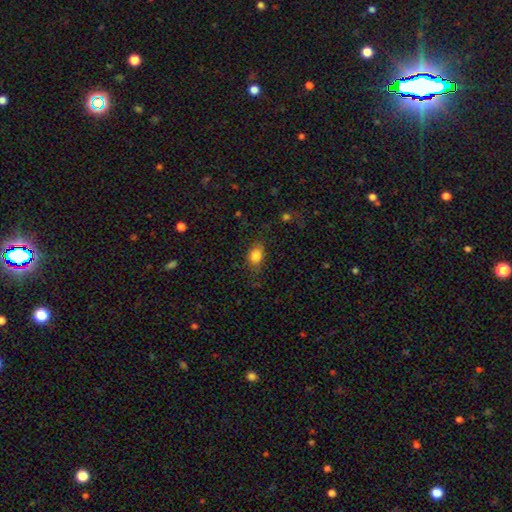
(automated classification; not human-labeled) Smooth or featured? Predicted: smooth (p=0.83). How rounded? Predicted: in between (p=0.71). Merging? Predicted: none (p=0.70).